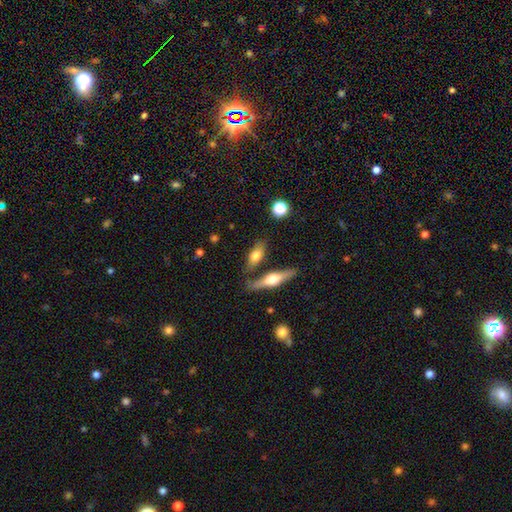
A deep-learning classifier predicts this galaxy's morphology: Smooth or featured?
  - smooth: 62% *
  - featured or disk: 31%
  - star or artifact: 7%
How rounded?
  - in between: 68% *
  - cigar-shaped: 27%
  - round: 6%
Merging?
  - none: 65% *
  - merger: 17%
  - minor disturbance: 14%
  - major disturbance: 4%